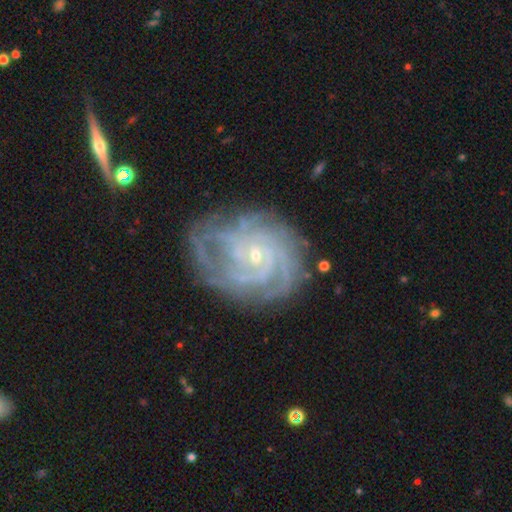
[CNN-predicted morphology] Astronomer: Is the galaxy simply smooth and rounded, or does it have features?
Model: featured or disk — 88%.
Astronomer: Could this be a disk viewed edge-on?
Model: no — 97%.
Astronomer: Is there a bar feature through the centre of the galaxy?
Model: no — 67%.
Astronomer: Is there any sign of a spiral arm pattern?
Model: yes — 97%.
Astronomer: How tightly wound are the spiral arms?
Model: tight — 71%.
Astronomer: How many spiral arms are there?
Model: can't tell — 24% (runner-up: 4, 23%).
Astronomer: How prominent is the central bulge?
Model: small — 82%.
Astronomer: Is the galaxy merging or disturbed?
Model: none — 71%.